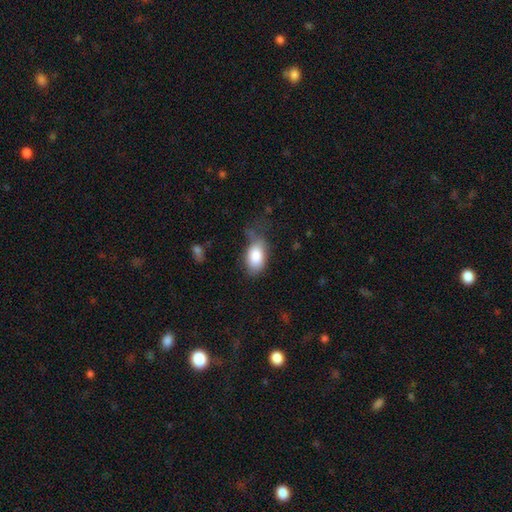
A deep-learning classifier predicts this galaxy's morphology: The model was most divided on "merging": none: 47%, minor disturbance: 33%, major disturbance: 16%, merger: 3%. More confident: how rounded — in between (91%); smooth or featured — smooth (85%).